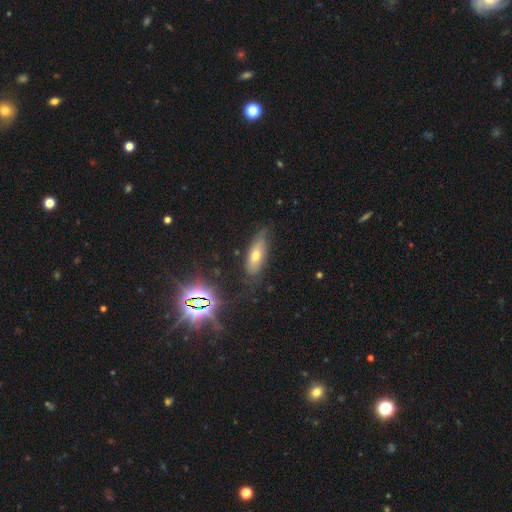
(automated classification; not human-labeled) smooth 52%, featured or disk 31%, star or artifact 17%. Down the decision tree: how rounded — in between (66%); merging — none (69%).